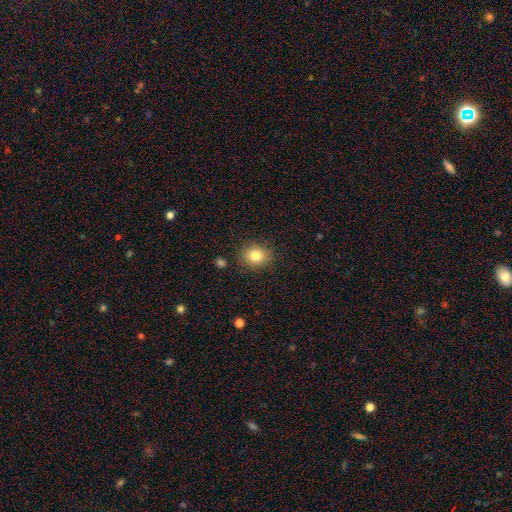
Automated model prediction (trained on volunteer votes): A smooth galaxy with no disk features (81%) that is round (71%). Merging: none (87%).